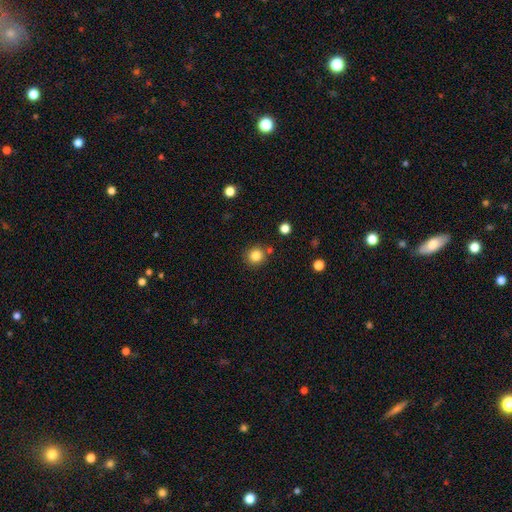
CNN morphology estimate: Overall: smooth (84%). How rounded: round (92%). Merging: none (85%).